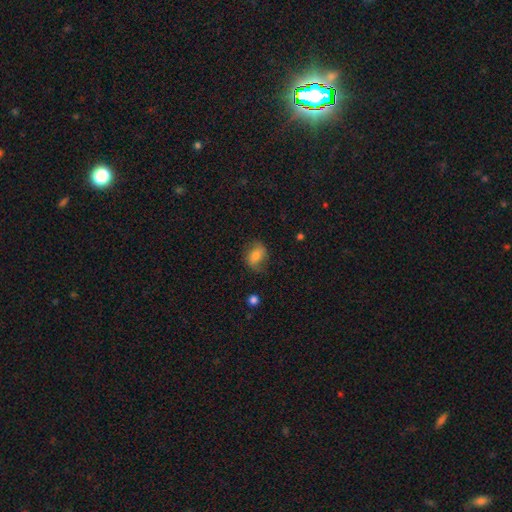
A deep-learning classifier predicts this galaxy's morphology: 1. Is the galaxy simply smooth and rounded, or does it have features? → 67% smooth, 24% featured or disk, 9% star or artifact.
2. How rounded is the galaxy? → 71% in between, 27% round, 2% cigar-shaped.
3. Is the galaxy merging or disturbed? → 68% none, 23% minor disturbance, 8% major disturbance, 1% merger.